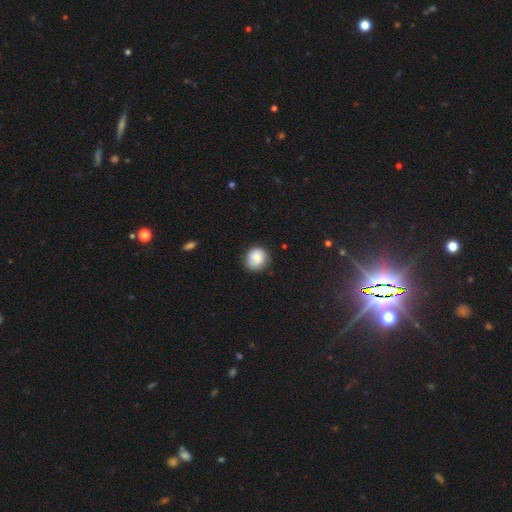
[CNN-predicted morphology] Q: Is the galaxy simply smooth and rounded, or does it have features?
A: smooth — 82%.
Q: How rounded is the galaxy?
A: round — 84%.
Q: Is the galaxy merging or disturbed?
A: none — 75%.